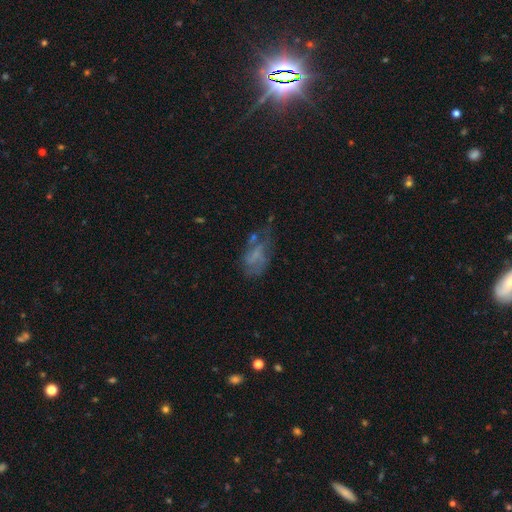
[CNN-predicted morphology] Smooth or featured: featured or disk — 44% (smooth — 41%)
Merging: major disturbance — 36% (none — 30%)